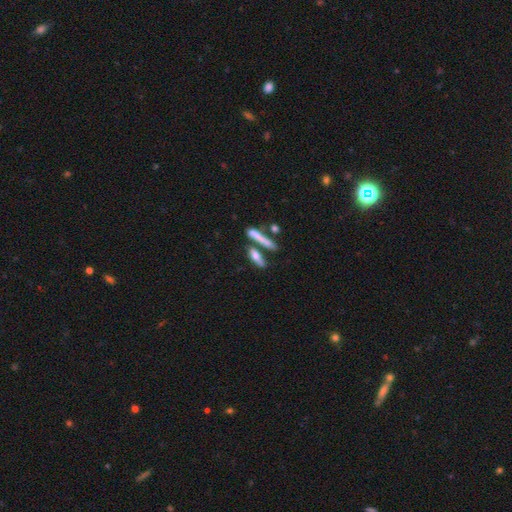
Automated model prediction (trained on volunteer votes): smooth 60%, featured or disk 31%, star or artifact 9%. Down the decision tree: how rounded — cigar-shaped (73%); merging — none (56%).